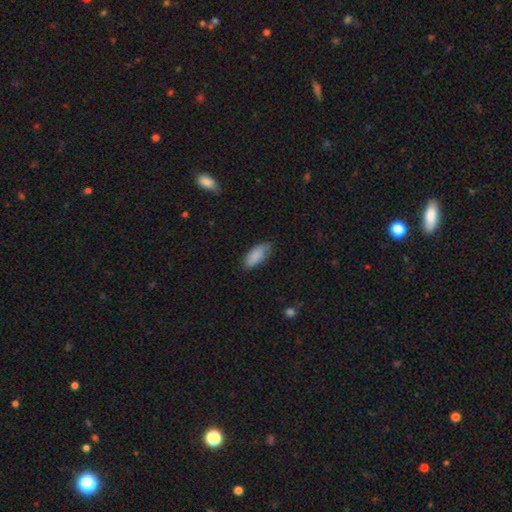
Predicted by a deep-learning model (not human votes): Smooth or featured? smooth (86%)
How rounded? in between (85%)
Merging? none (70%)